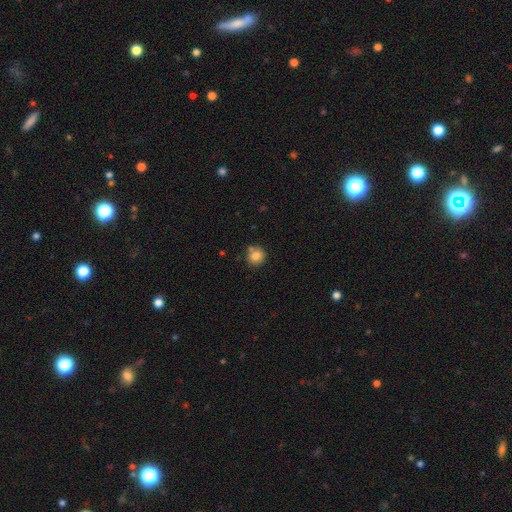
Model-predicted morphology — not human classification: This is clearly a smooth galaxy (83%). How rounded: clearly round (87%). Merging: likely none (71%).